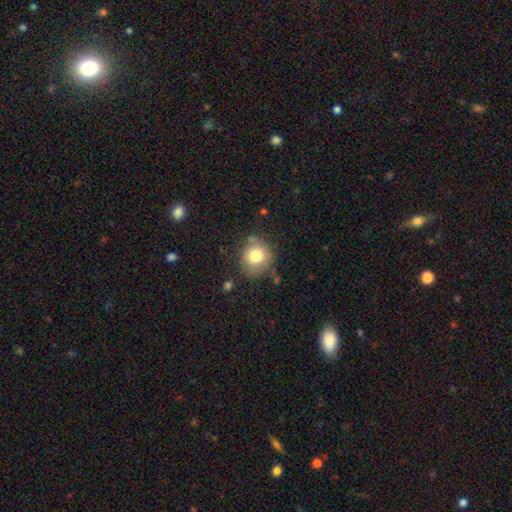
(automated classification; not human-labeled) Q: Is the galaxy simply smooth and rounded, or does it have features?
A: smooth — 78%.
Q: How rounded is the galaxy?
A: round — 85%.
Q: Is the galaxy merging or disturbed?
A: none — 73%.